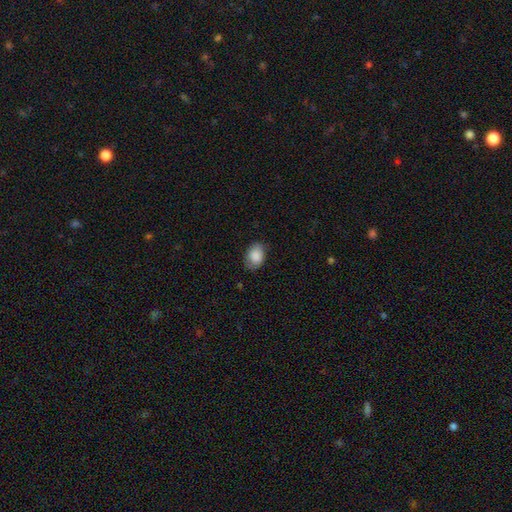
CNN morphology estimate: smooth_or_featured: smooth (p=0.87) [alt: star or artifact p=0.07]
how_rounded: in between (p=0.78) [alt: round p=0.21]
merging: none (p=0.76) [alt: minor disturbance p=0.19]